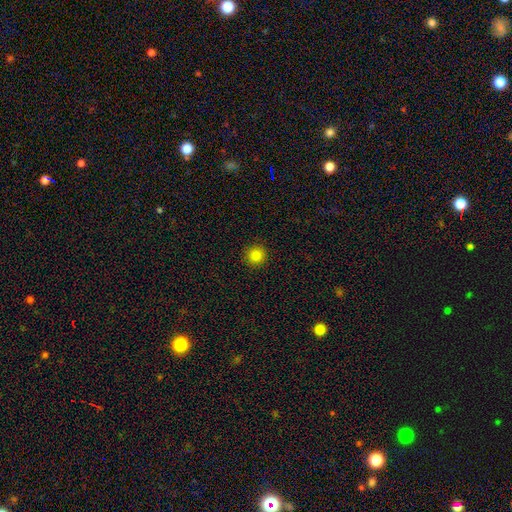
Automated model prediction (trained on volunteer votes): Smooth or featured: smooth — 83% (star or artifact — 13%)
How rounded: round — 95% (in between — 4%)
Merging: none — 93% (minor disturbance — 5%)